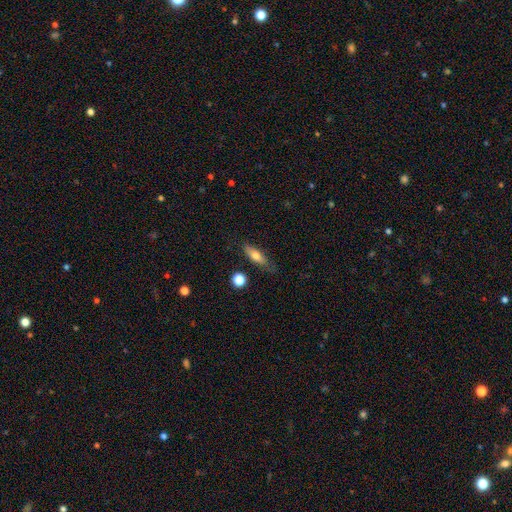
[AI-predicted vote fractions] Morphology: type=smooth (67%); roundness=in between (49%); merging=none (72%).